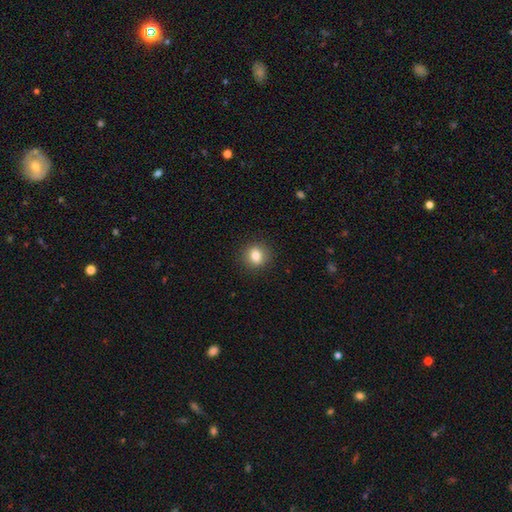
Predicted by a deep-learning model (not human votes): Smooth or featured?
  - smooth: 82% *
  - star or artifact: 10%
  - featured or disk: 8%
How rounded?
  - round: 76% *
  - in between: 23%
  - cigar-shaped: 1%
Merging?
  - none: 89% *
  - minor disturbance: 7%
  - major disturbance: 2%
  - merger: 1%